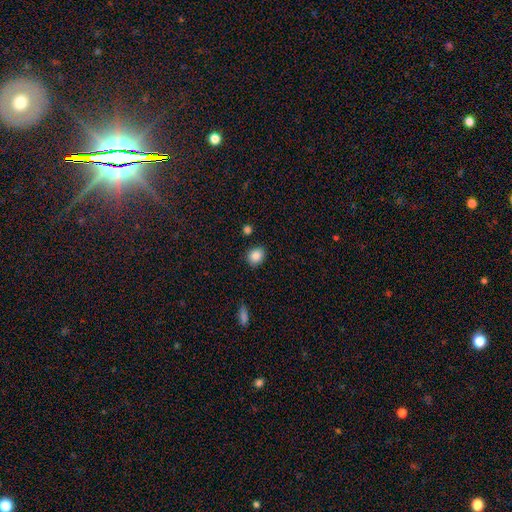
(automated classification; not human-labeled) This appears to be a smooth galaxy with no disk features (87%) that is round (61%). Merging: none (86%).